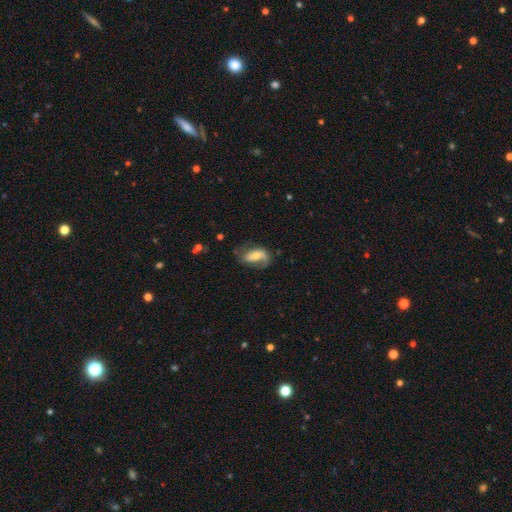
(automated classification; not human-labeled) Morphology: type=featured or disk (62%); edge-on=no (96%); bar=no (45%); spiral arms=yes (87%); winding=loose (46%); arm count=2 (57%); bulge=small (44%); merging=none (54%).